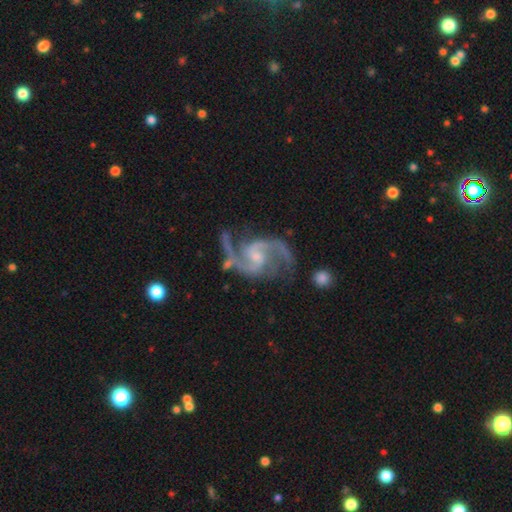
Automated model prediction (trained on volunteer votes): The model was most divided on "spiral winding": medium: 52%, loose: 39%, tight: 9%. More confident: edge-on disk — no (98%); spiral arms — yes (98%); smooth or featured — featured or disk (93%); spiral arm count — 2 (89%); merging — none (59%); bulge size — small (55%); bar — weak (52%).